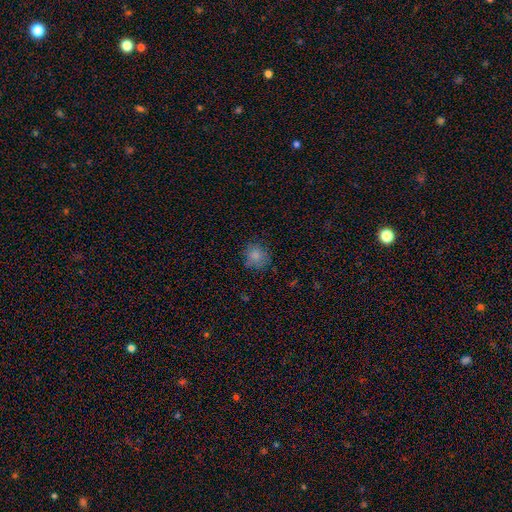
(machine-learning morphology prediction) type=smooth (80%); roundness=round (81%); merging=none (75%).